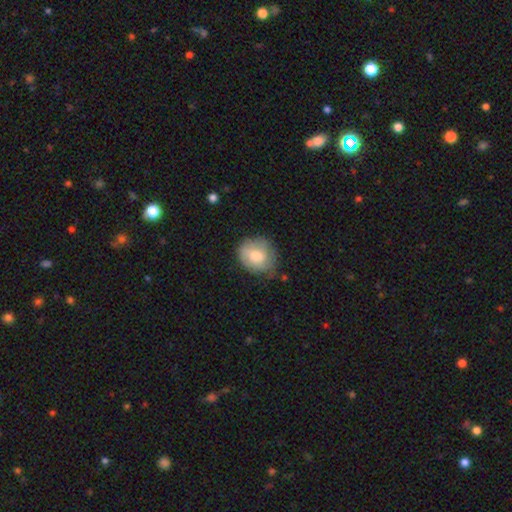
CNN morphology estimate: A smooth galaxy with no disk features (74%) that is round (73%). Merging: none (64%).